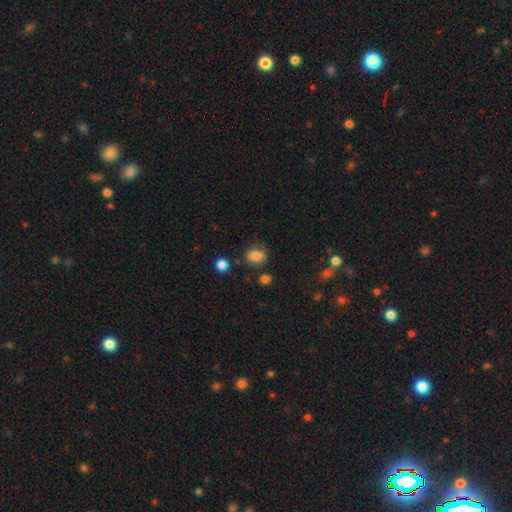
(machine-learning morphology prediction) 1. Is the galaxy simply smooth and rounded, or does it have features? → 79% smooth, 12% star or artifact, 9% featured or disk.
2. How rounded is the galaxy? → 54% in between, 44% round, 1% cigar-shaped.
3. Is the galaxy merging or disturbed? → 70% none, 19% minor disturbance, 6% major disturbance, 5% merger.